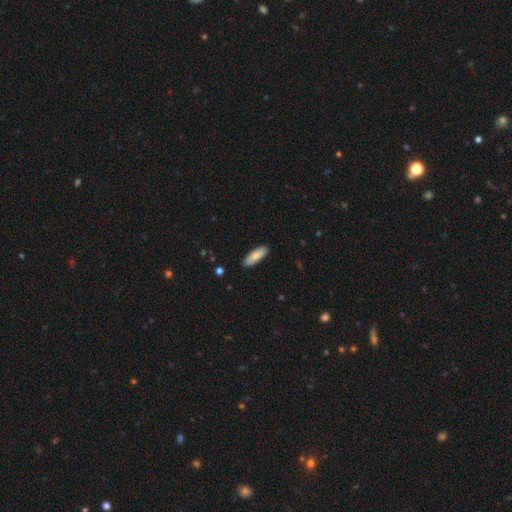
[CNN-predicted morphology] smooth-or-featured: smooth: 84% | featured or disk: 11% | star or artifact: 6%
  how-rounded: in between: 54% | cigar-shaped: 44% | round: 2%
  merging: none: 88% | minor disturbance: 9% | major disturbance: 2% | merger: 1%